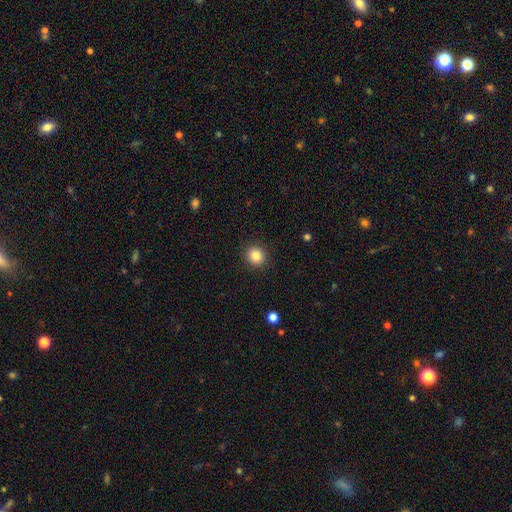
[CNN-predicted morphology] Overall: smooth (84%). How rounded: round (90%). Merging: none (91%).